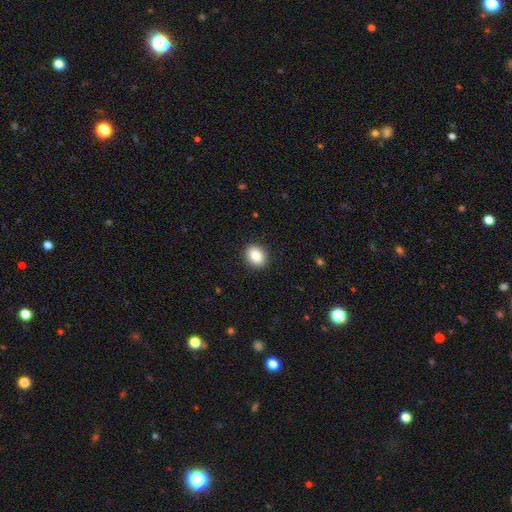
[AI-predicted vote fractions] Overall: smooth (86%). How rounded: in between (50%; round 49%). Merging: none (91%).